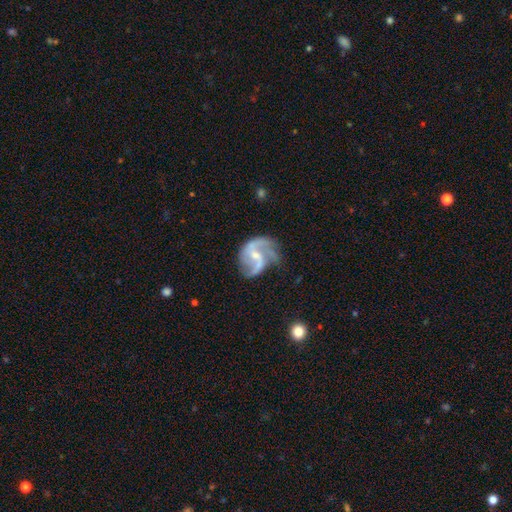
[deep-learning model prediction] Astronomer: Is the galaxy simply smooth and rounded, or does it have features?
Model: featured or disk — 86%.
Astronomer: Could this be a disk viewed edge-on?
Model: no — 98%.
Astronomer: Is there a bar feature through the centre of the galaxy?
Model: weak — 51% (runner-up: no, 33%).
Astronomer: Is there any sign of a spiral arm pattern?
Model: yes — 95%.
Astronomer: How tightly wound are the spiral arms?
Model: medium — 47% (runner-up: loose, 41%).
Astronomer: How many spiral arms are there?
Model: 2 — 62%.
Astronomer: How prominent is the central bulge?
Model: small — 59%.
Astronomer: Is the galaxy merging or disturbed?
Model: none — 48% (runner-up: minor disturbance, 25%).